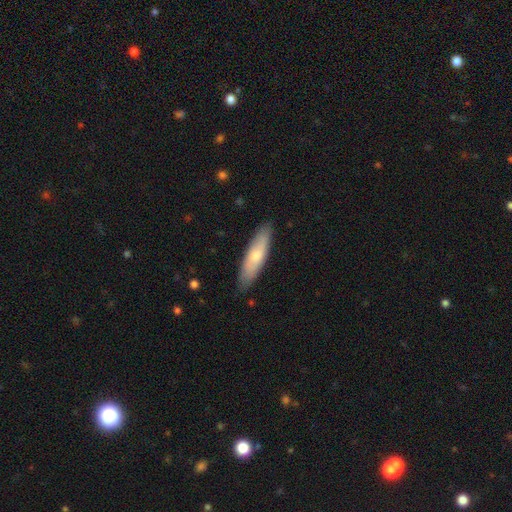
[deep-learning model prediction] Overall: smooth (67%; featured or disk 28%). How rounded: cigar-shaped (68%; in between 30%). Merging: none (85%).